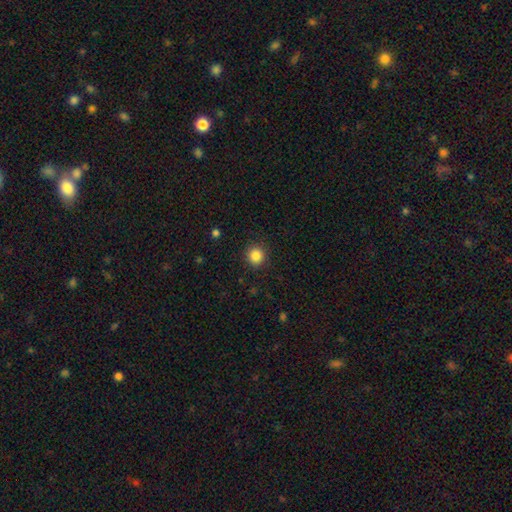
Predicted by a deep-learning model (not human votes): Smooth or featured? Predicted: smooth (p=0.85). How rounded? Predicted: round (p=0.92). Merging? Predicted: none (p=0.91).